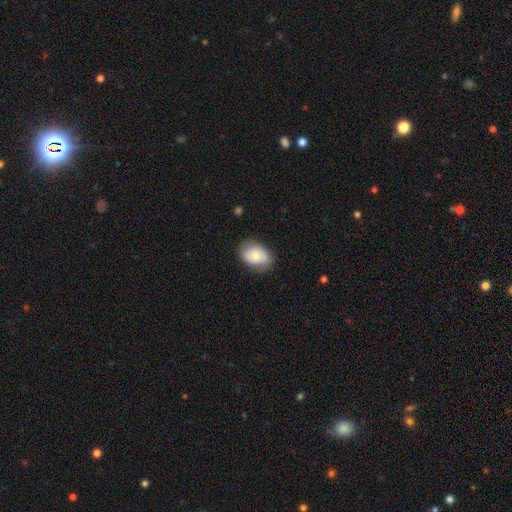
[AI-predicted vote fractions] smooth_or_featured: smooth (p=0.74) [alt: featured or disk p=0.20]
how_rounded: in between (p=0.81) [alt: round p=0.18]
merging: none (p=0.76) [alt: minor disturbance p=0.19]